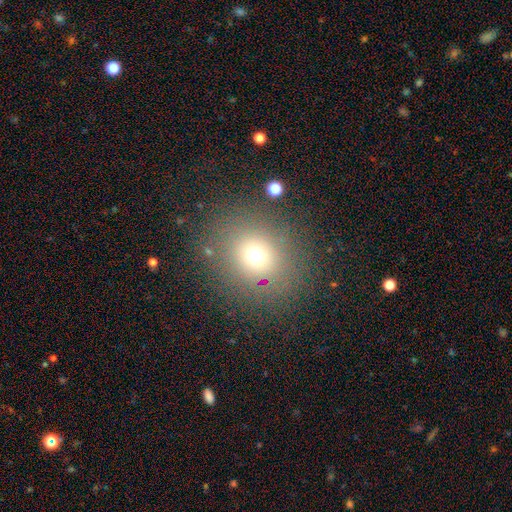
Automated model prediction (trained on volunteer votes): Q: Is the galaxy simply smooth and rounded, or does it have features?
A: smooth — 68%.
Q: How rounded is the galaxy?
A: round — 76%.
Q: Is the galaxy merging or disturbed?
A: none — 82%.